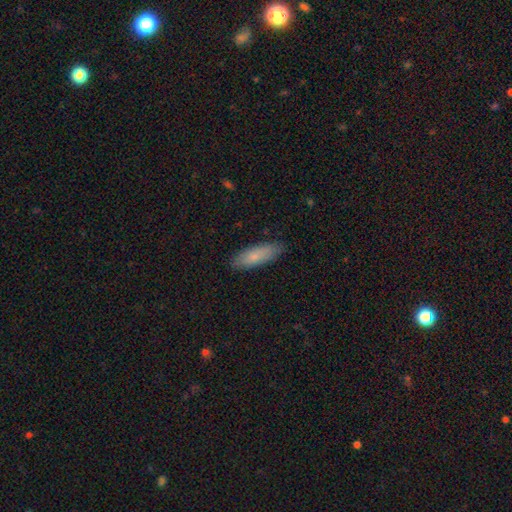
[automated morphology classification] Q: Smooth or featured?
A: smooth (80%); runner-up: featured or disk (14%)
Q: How rounded?
A: cigar-shaped (51%); runner-up: in between (47%)
Q: Merging?
A: none (85%); runner-up: minor disturbance (12%)